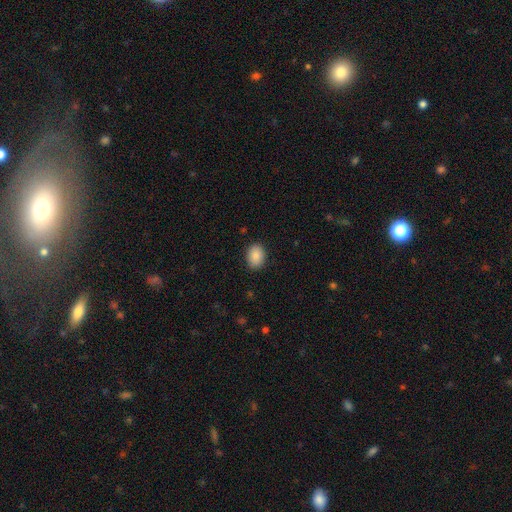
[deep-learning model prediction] Overall: smooth (87%). How rounded: in between (68%; round 31%). Merging: none (88%).